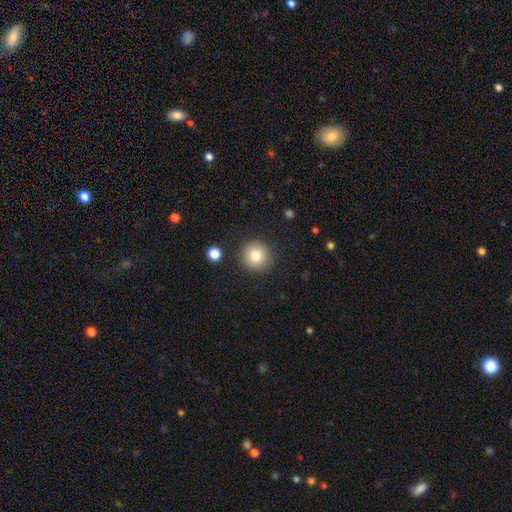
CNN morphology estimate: A smooth galaxy with no disk features (82%) that is round (94%).

Vote fractions:
- Smooth or featured? smooth: 82% / star or artifact: 10% / featured or disk: 9%
- How rounded? round: 94% / in between: 5% / cigar-shaped: 1%
- Merging? none: 88% / minor disturbance: 7% / major disturbance: 3% / merger: 2%